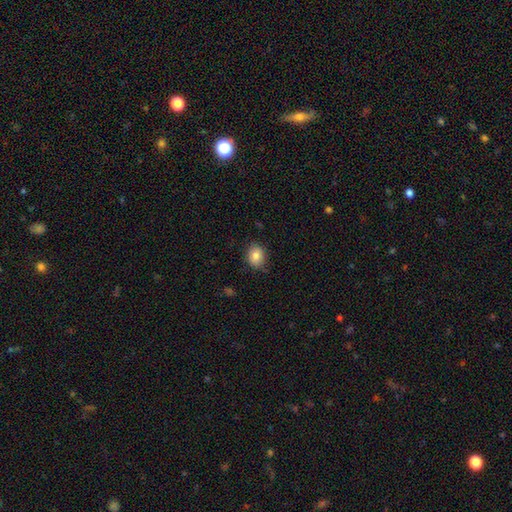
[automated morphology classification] A smooth galaxy with no disk features (82%) that is round (53%). Merging: none (84%).